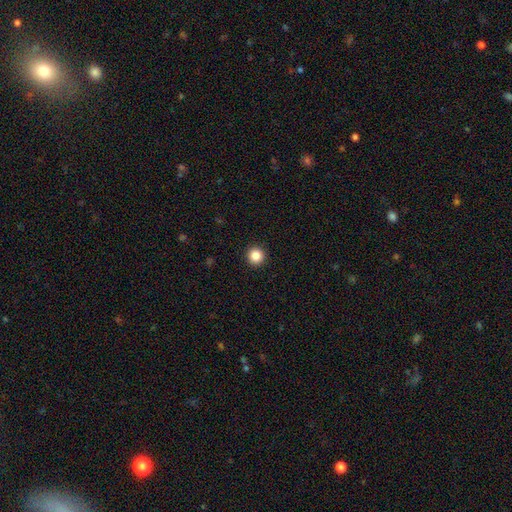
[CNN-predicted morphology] smooth_or_featured: smooth (p=0.85) [alt: star or artifact p=0.11]
how_rounded: round (p=0.96) [alt: in between p=0.03]
merging: none (p=0.94) [alt: minor disturbance p=0.04]